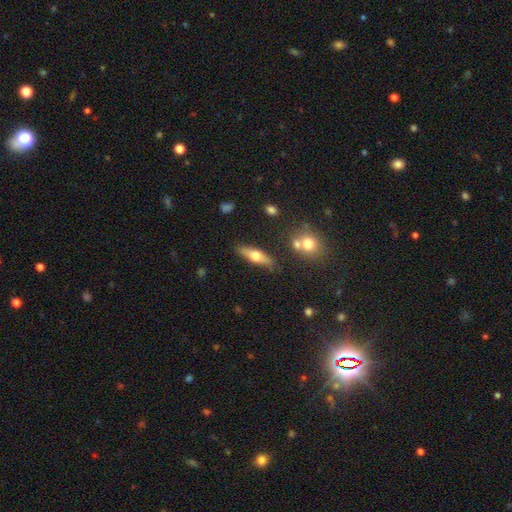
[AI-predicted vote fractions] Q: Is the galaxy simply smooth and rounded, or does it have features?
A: smooth — 48%.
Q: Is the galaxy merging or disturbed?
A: none — 80%.